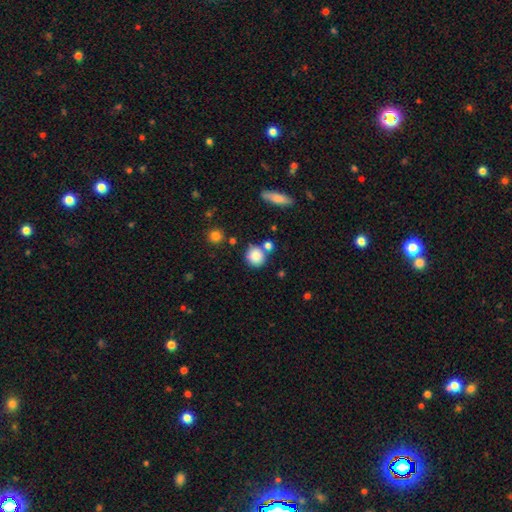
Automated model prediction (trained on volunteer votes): Smooth or featured?
  - smooth: 84% *
  - star or artifact: 10%
  - featured or disk: 6%
How rounded?
  - round: 87% *
  - in between: 11%
  - cigar-shaped: 1%
Merging?
  - none: 70% *
  - merger: 14%
  - minor disturbance: 12%
  - major disturbance: 4%